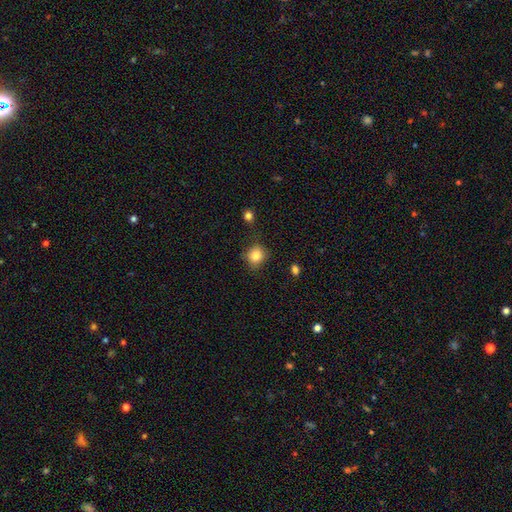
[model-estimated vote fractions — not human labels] smooth 83%, star or artifact 11%, featured or disk 7%. Down the decision tree: how rounded — round (78%); merging — none (76%).